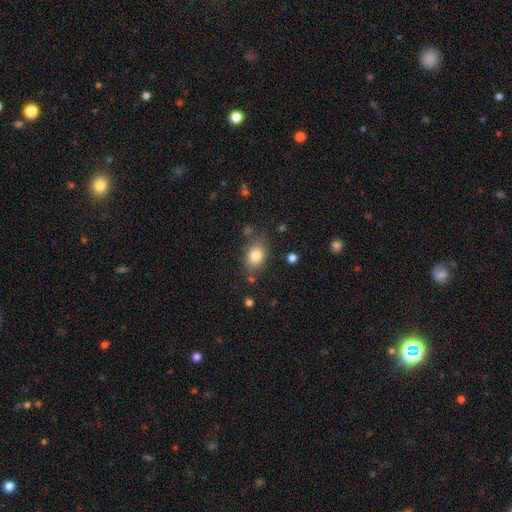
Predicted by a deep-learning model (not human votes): Smooth or featured? Predicted: smooth (p=0.81). How rounded? Predicted: in between (p=0.68). Merging? Predicted: none (p=0.72).